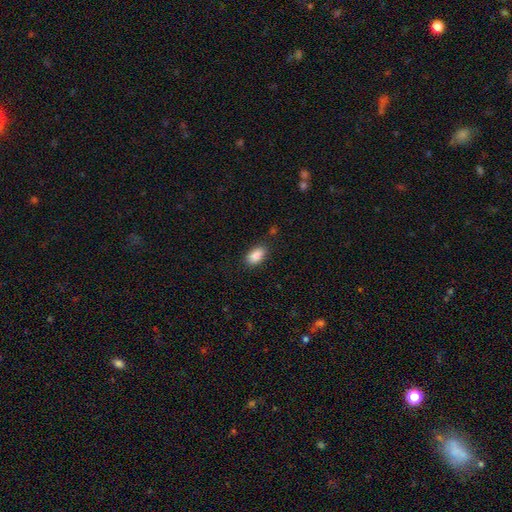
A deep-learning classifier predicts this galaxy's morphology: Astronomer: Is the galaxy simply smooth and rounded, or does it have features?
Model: smooth — 89%.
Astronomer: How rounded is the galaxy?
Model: in between — 92%.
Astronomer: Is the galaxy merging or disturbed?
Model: none — 80%.